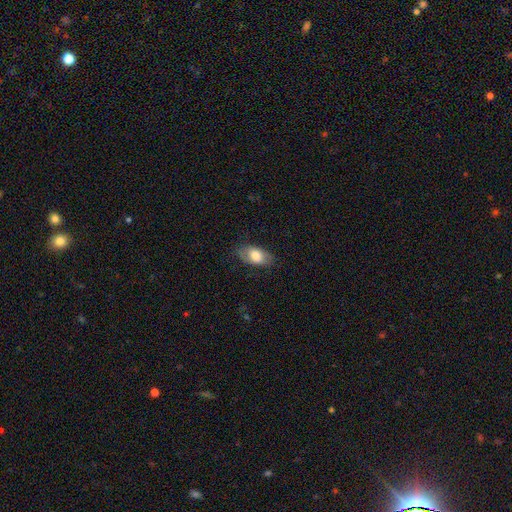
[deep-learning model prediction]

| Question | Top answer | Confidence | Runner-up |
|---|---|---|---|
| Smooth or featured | smooth | 73% | featured or disk (21%) |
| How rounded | in between | 92% | round (5%) |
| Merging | none | 77% | minor disturbance (17%) |